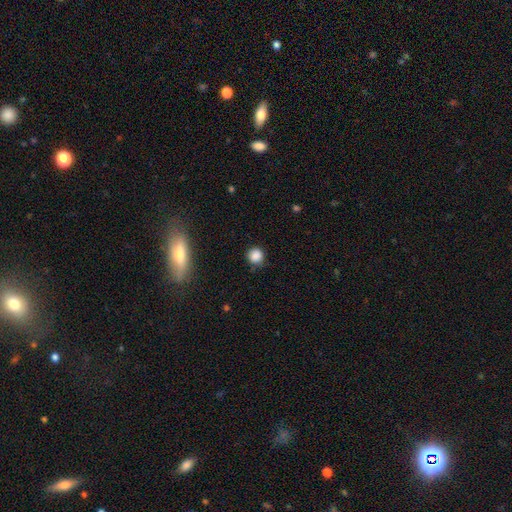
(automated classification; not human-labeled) Morphology: type=smooth (86%); roundness=round (92%); merging=none (85%).